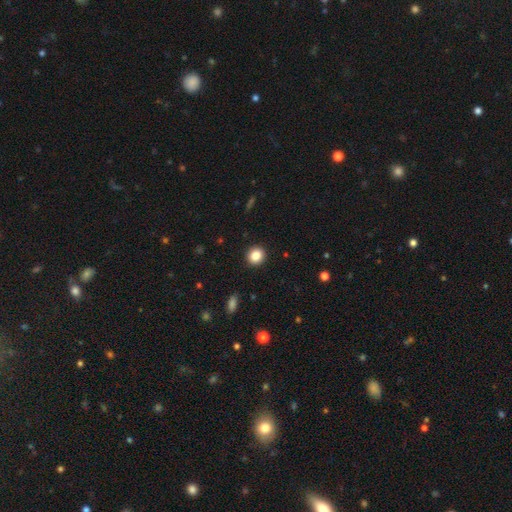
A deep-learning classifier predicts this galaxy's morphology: This is clearly a smooth galaxy (84%). How rounded: clearly round (88%). Merging: clearly none (93%).